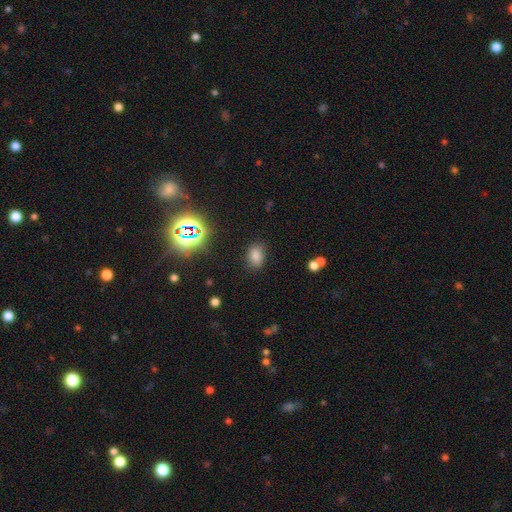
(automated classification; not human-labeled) Smooth or featured? Predicted: smooth (p=0.78). How rounded? Predicted: in between (p=0.80). Merging? Predicted: none (p=0.83).